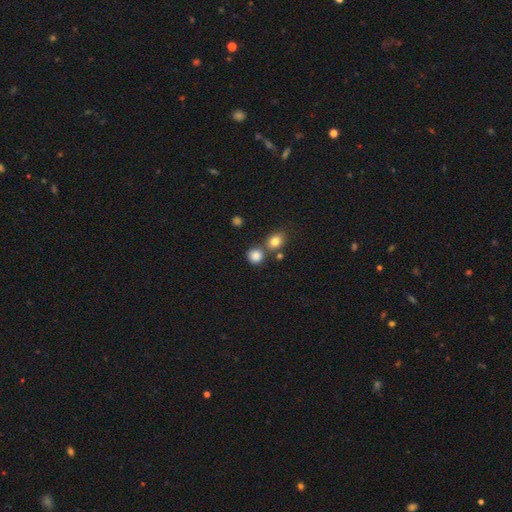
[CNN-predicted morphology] This appears to be a smooth galaxy with no disk features (84%) that is round (84%). Merging: none (66%).